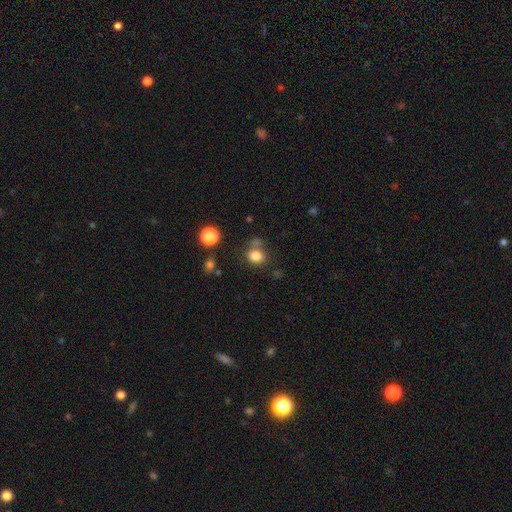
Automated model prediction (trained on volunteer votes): This appears to be a smooth galaxy with no disk features (81%) that is round (63%). Merging: none (64%).